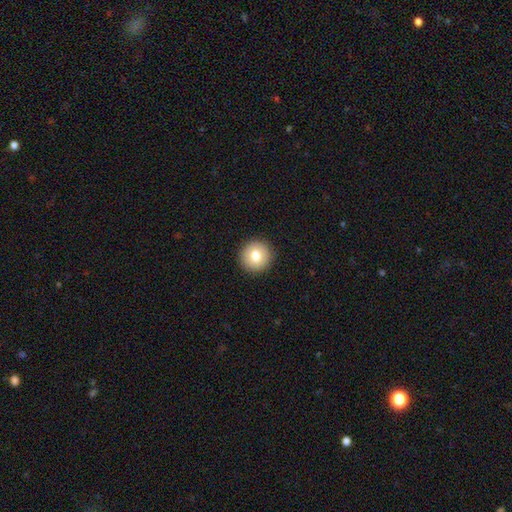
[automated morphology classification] smooth-or-featured: smooth: 77% | featured or disk: 14% | star or artifact: 9%
  how-rounded: round: 95% | in between: 4% | cigar-shaped: 1%
  merging: none: 93% | minor disturbance: 5% | major disturbance: 2% | merger: 1%